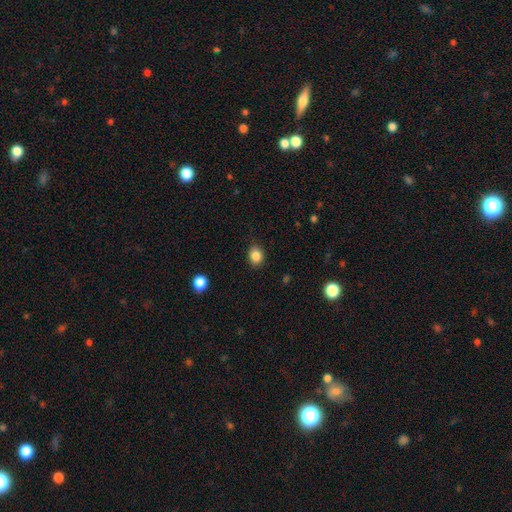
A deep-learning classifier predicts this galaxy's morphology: Smooth or featured? smooth (86%)
How rounded? round (60%)
Merging? none (87%)